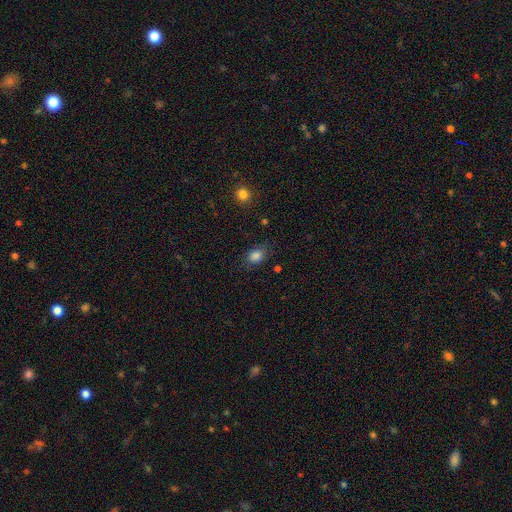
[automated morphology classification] A smooth galaxy with no disk features (84%) that is in between round and cigar-shaped (66%). Merging: none (75%).